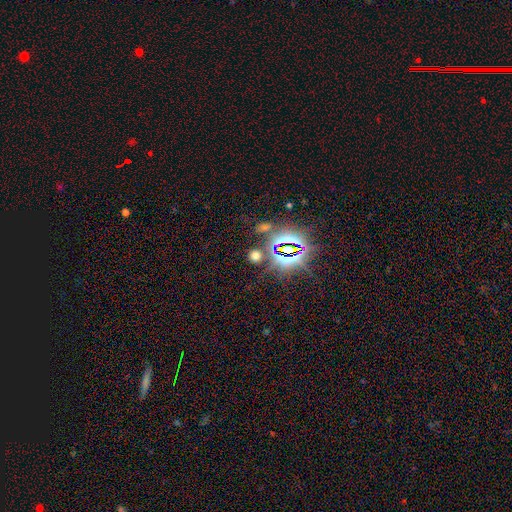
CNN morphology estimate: This appears to be a smooth galaxy with no disk features (47%, tied with star or artifact). Merging: none (80%).